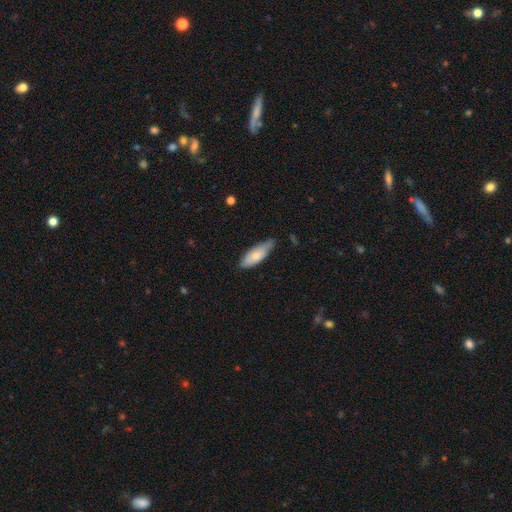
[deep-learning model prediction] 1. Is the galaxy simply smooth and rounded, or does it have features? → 70% smooth, 24% featured or disk, 6% star or artifact.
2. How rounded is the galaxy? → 66% in between, 32% cigar-shaped, 2% round.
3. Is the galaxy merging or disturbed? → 67% none, 28% minor disturbance, 4% major disturbance, 2% merger.